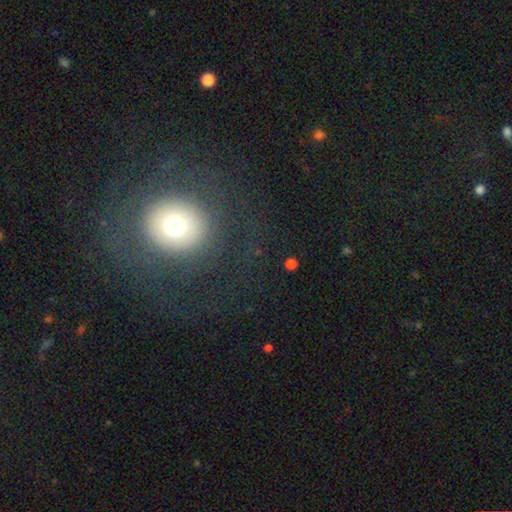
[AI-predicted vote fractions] A smooth galaxy with no disk features (55%) that is round (88%).

Vote fractions:
- Smooth or featured? smooth: 55% / featured or disk: 28% / star or artifact: 17%
- How rounded? round: 88% / in between: 10% / cigar-shaped: 1%
- Merging? none: 80% / major disturbance: 10% / minor disturbance: 8% / merger: 1%